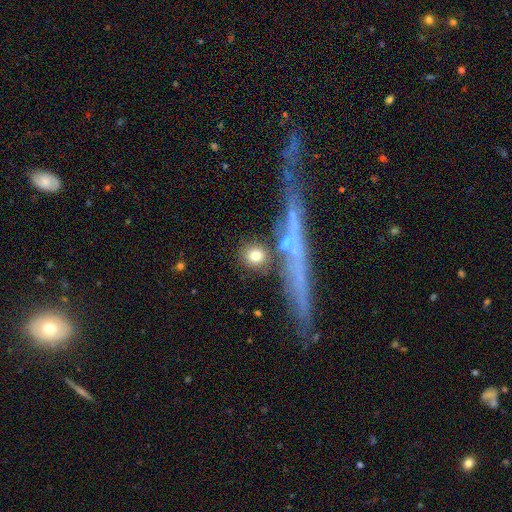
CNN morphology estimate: smooth_or_featured: smooth (p=0.75) [alt: featured or disk p=0.15]
how_rounded: round (p=0.81) [alt: in between p=0.14]
merging: none (p=0.76) [alt: merger p=0.10]